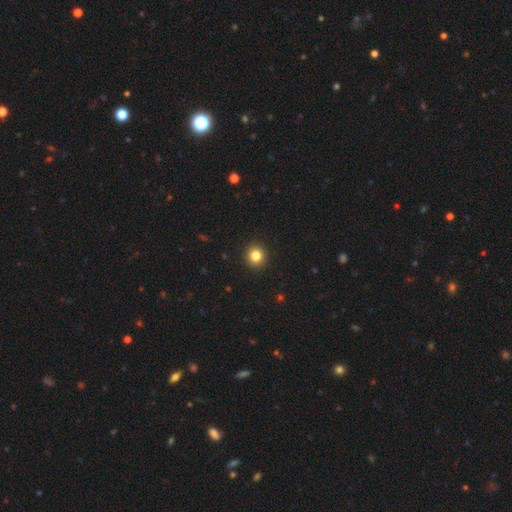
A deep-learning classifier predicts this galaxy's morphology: smooth 83%, star or artifact 12%, featured or disk 6%. Down the decision tree: how rounded — round (92%); merging — none (93%).